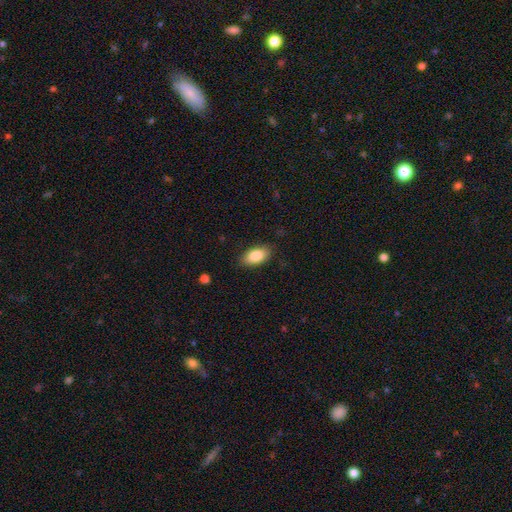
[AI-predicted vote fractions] A smooth galaxy with no disk features (86%) that is in between round and cigar-shaped (92%).

Vote fractions:
- Smooth or featured? smooth: 86% / featured or disk: 7% / star or artifact: 7%
- How rounded? in between: 92% / round: 4% / cigar-shaped: 4%
- Merging? none: 84% / minor disturbance: 12% / major disturbance: 3% / merger: 1%